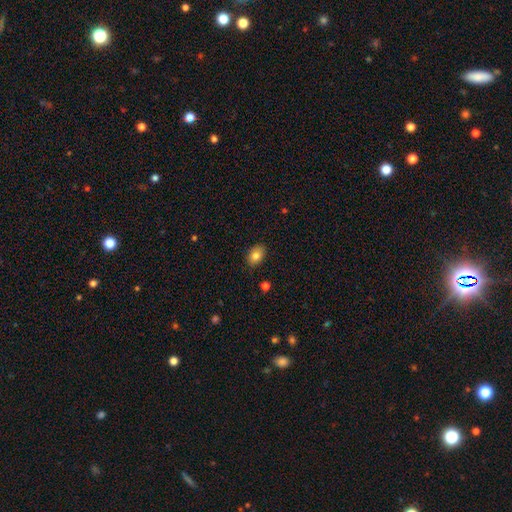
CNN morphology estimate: smooth_or_featured: smooth (p=0.83) [alt: featured or disk p=0.09]
how_rounded: in between (p=0.81) [alt: round p=0.18]
merging: none (p=0.85) [alt: minor disturbance p=0.11]